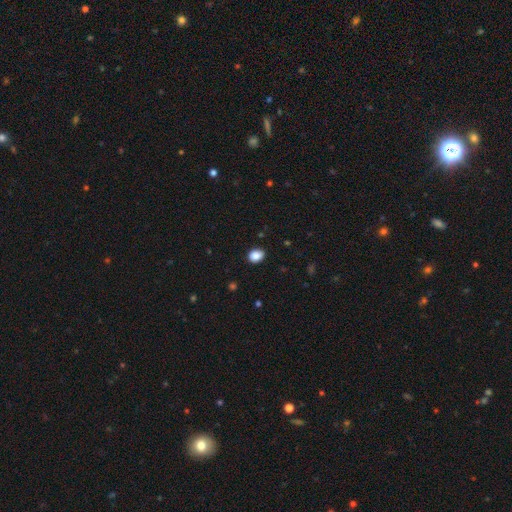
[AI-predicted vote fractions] A smooth galaxy with no disk features (88%) that is in between round and cigar-shaped (56%).

Vote fractions:
- Smooth or featured? smooth: 88% / star or artifact: 8% / featured or disk: 3%
- How rounded? in between: 56% / round: 43% / cigar-shaped: 1%
- Merging? none: 88% / minor disturbance: 9% / major disturbance: 2% / merger: 1%